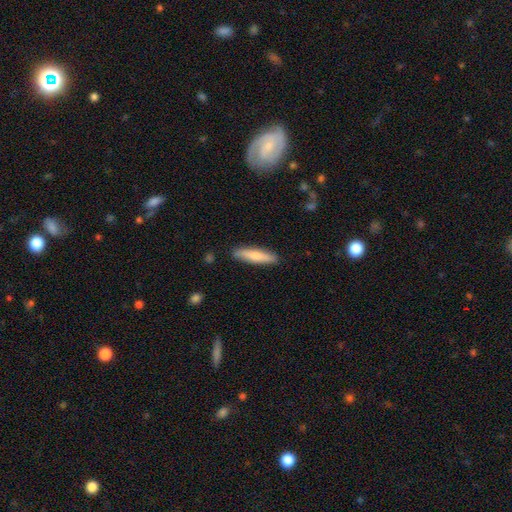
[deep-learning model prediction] Q: Smooth or featured?
A: smooth (72%); runner-up: featured or disk (23%)
Q: How rounded?
A: cigar-shaped (83%); runner-up: in between (16%)
Q: Merging?
A: none (88%); runner-up: minor disturbance (9%)